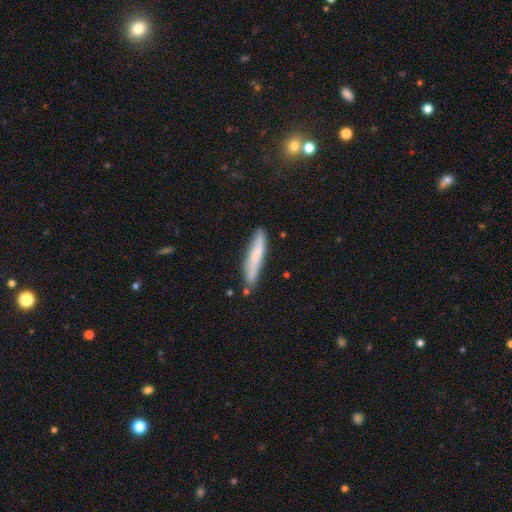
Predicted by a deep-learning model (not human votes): smooth_or_featured: smooth (p=0.69) [alt: featured or disk p=0.24]
how_rounded: cigar-shaped (p=0.92) [alt: in between p=0.06]
merging: none (p=0.79) [alt: minor disturbance p=0.15]